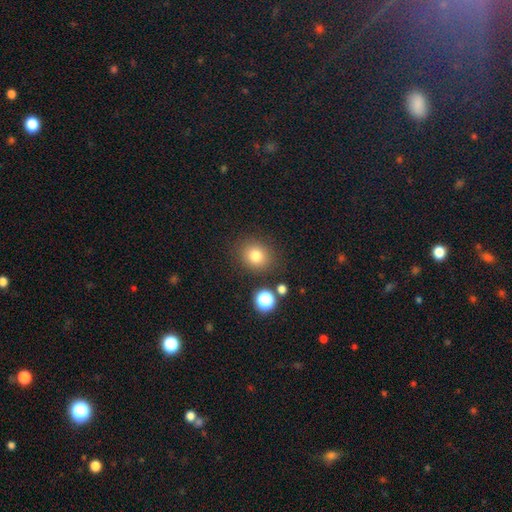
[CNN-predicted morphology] This is likely a smooth galaxy (78%). How rounded: likely round (78%). Merging: clearly none (84%).